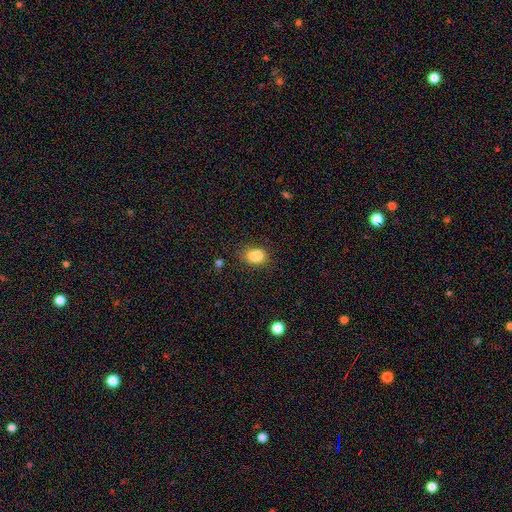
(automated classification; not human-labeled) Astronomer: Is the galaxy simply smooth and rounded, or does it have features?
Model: smooth — 83%.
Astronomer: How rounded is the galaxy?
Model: in between — 74%.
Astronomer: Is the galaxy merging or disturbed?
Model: none — 66%.